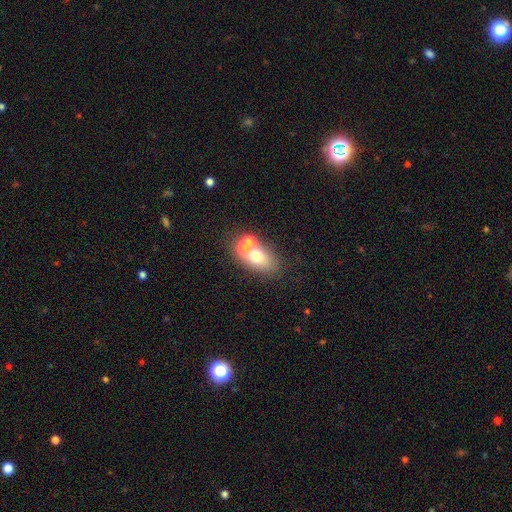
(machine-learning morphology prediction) This appears to be a smooth galaxy with no disk features (58%) that is in between round and cigar-shaped (65%). Merging: merger (48%).